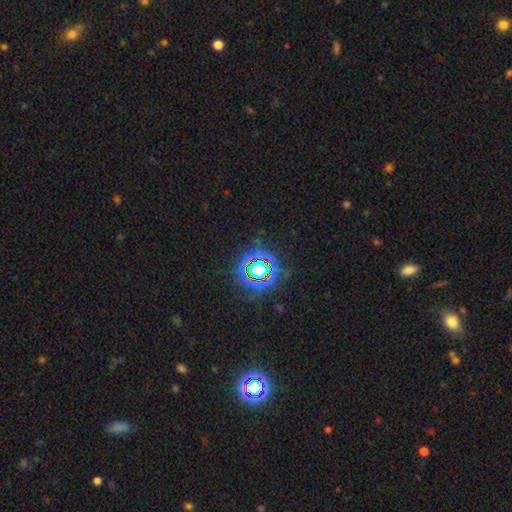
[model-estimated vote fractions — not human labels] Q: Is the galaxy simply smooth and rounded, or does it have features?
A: star or artifact — 80%.